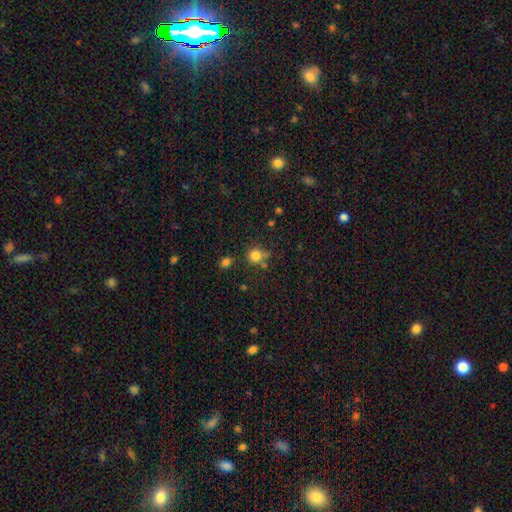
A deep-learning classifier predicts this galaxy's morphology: smooth_or_featured: smooth (p=0.80) [alt: star or artifact p=0.13]
how_rounded: round (p=0.86) [alt: in between p=0.13]
merging: none (p=0.64) [alt: minor disturbance p=0.16]